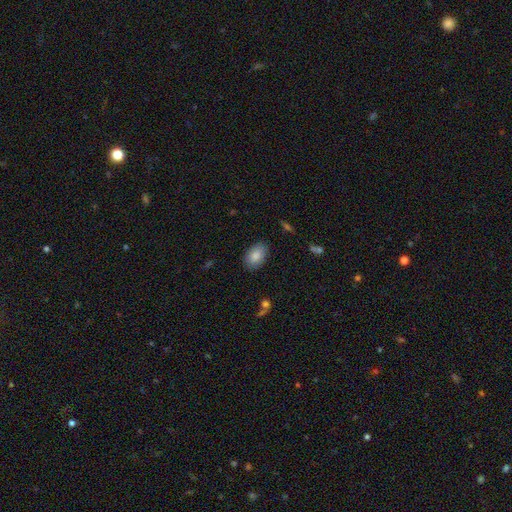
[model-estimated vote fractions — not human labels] Smooth or featured? smooth (85%)
How rounded? in between (91%)
Merging? none (86%)